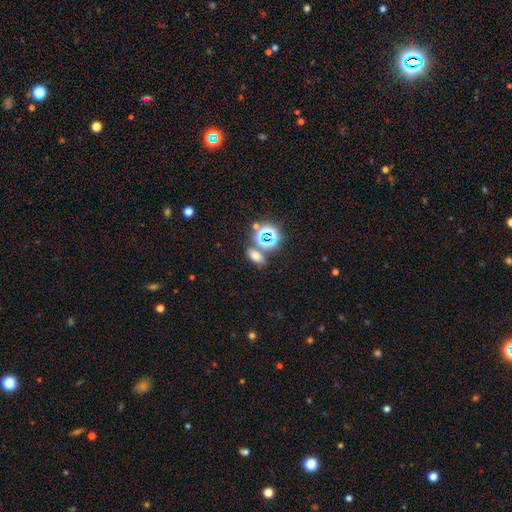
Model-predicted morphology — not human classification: Q: Smooth or featured?
A: smooth (60%); runner-up: star or artifact (29%)
Q: How rounded?
A: in between (76%); runner-up: round (17%)
Q: Merging?
A: none (71%); runner-up: merger (15%)